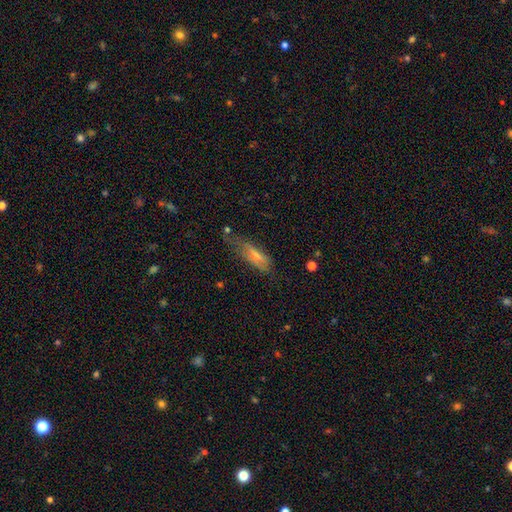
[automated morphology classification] Q: Smooth or featured?
A: smooth (53%); runner-up: featured or disk (36%)
Q: How rounded?
A: cigar-shaped (51%); runner-up: in between (47%)
Q: Merging?
A: none (56%); runner-up: minor disturbance (29%)